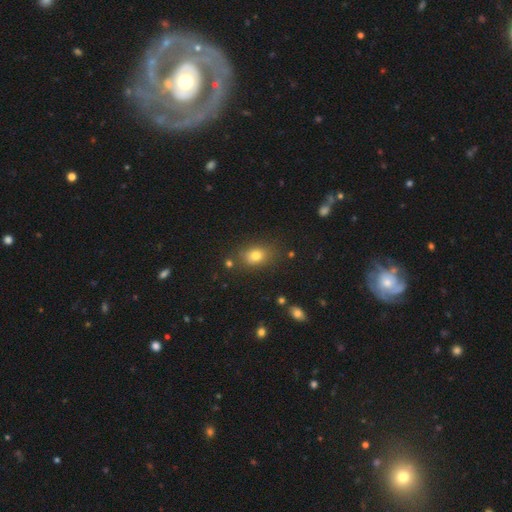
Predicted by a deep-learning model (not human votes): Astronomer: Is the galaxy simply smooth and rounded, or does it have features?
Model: smooth — 76%.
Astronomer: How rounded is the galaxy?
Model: in between — 64%.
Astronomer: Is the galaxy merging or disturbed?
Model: none — 77%.